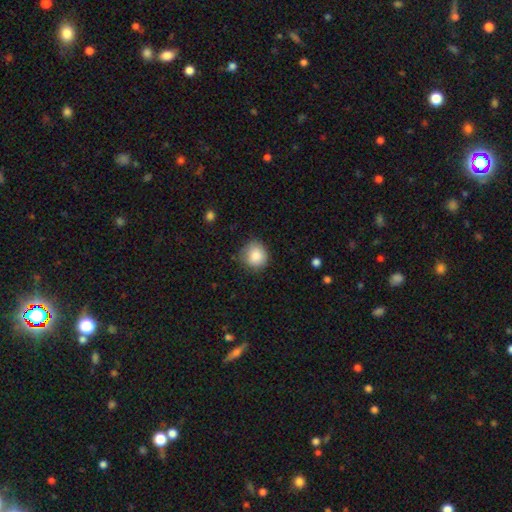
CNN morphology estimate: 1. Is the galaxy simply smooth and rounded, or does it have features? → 87% smooth, 8% star or artifact, 5% featured or disk.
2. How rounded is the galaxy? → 87% round, 12% in between, 1% cigar-shaped.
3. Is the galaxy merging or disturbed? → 76% none, 19% minor disturbance, 4% major disturbance, 1% merger.